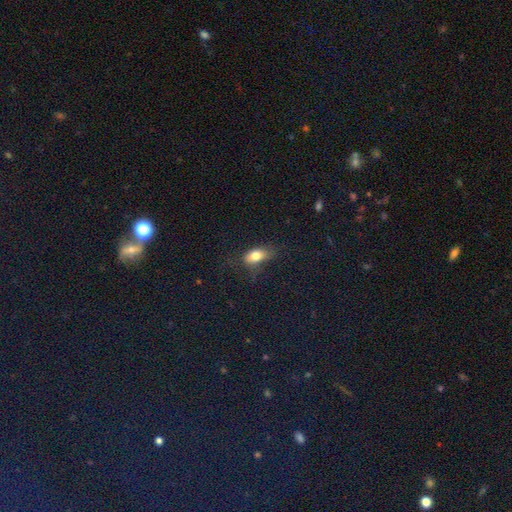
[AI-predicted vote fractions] Q: Smooth or featured?
A: smooth (78%); runner-up: featured or disk (12%)
Q: How rounded?
A: in between (85%); runner-up: round (9%)
Q: Merging?
A: none (54%); runner-up: minor disturbance (27%)